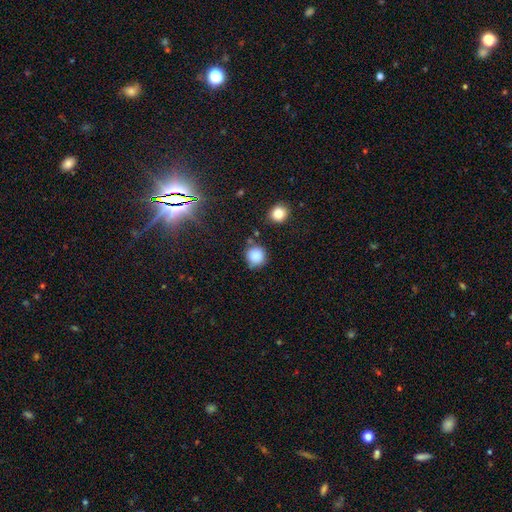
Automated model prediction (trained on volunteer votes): Smooth or featured? smooth (85%)
How rounded? round (92%)
Merging? none (78%)